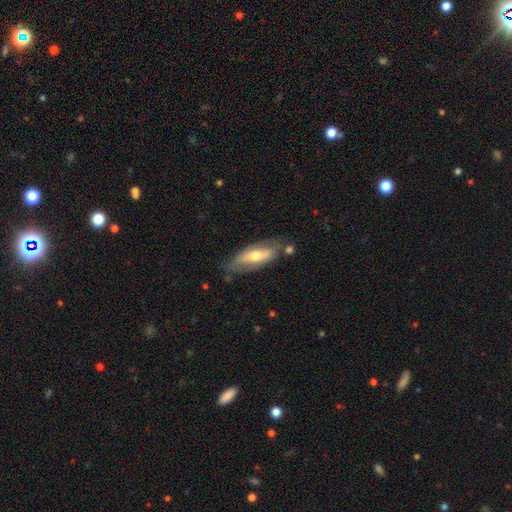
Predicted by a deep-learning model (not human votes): Smooth or featured? Predicted: featured or disk (p=0.51). Edge-on disk? Predicted: no (p=0.65). Merging? Predicted: none (p=0.68).